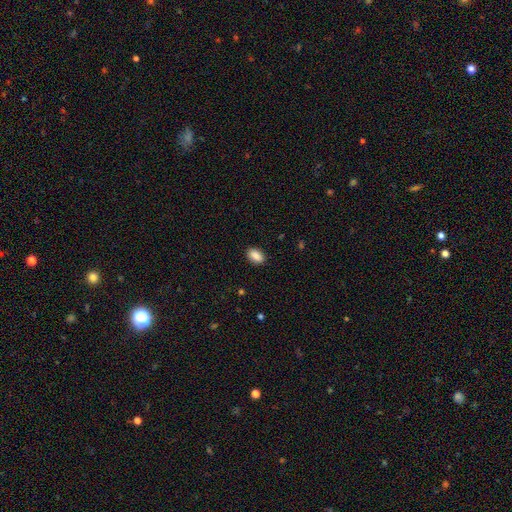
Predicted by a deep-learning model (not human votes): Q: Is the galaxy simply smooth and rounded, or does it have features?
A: smooth — 89%.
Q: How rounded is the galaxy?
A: in between — 88%.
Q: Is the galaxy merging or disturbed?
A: none — 89%.